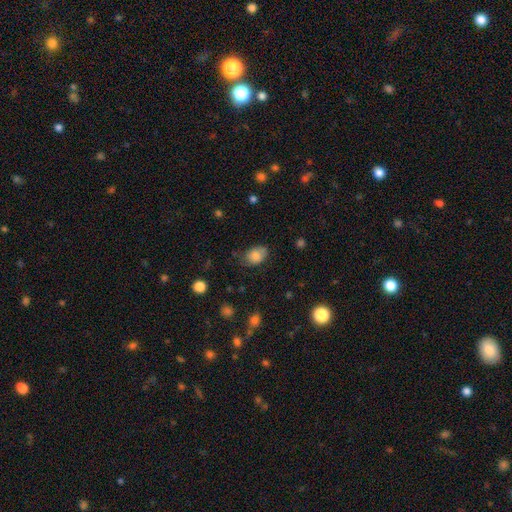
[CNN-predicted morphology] smooth-or-featured: smooth: 81% | featured or disk: 10% | star or artifact: 9%
  how-rounded: in between: 78% | round: 21% | cigar-shaped: 1%
  merging: none: 63% | minor disturbance: 28% | major disturbance: 7% | merger: 2%